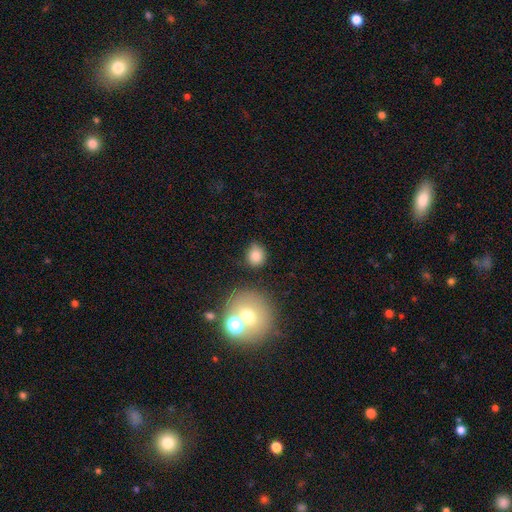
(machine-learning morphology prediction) A smooth galaxy with no disk features (82%) that is round (70%). Merging: none (75%).